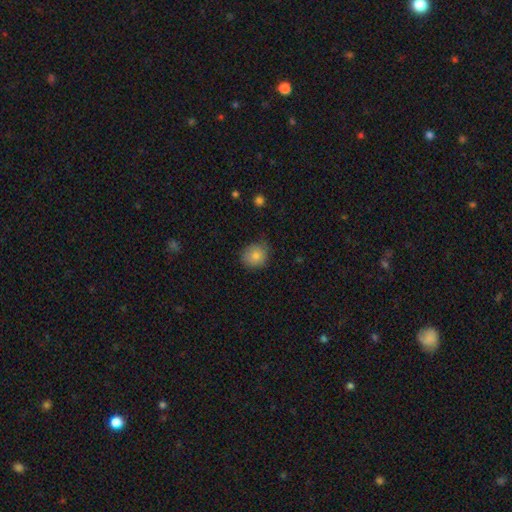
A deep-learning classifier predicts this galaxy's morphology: A smooth galaxy with no disk features (81%) that is round (80%). Merging: none (74%).